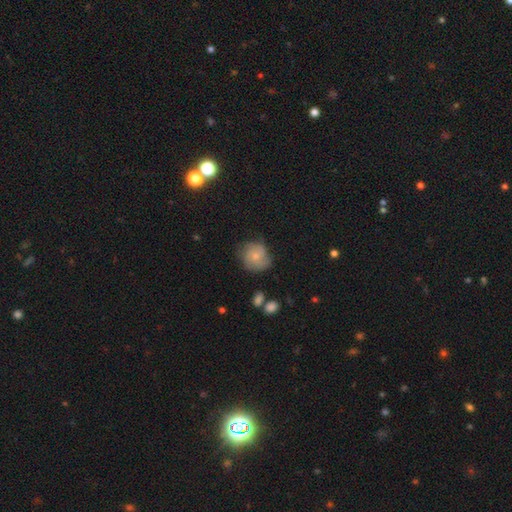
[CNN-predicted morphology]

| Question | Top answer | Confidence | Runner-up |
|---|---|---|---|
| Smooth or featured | smooth | 58% | featured or disk (34%) |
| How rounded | round | 80% | in between (19%) |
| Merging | none | 60% | minor disturbance (28%) |